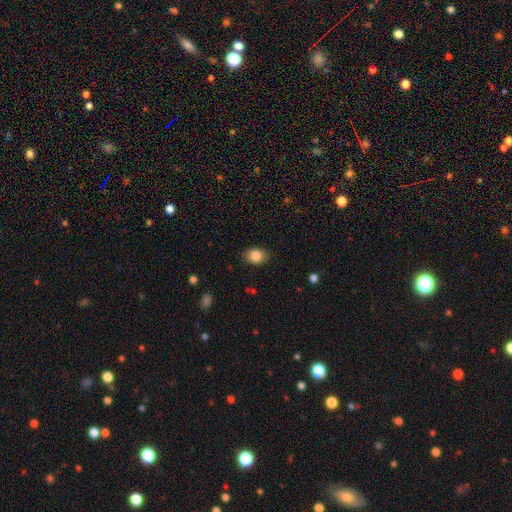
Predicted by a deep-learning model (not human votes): This appears to be a smooth galaxy with no disk features (84%) that is in between round and cigar-shaped (69%). Merging: none (85%).